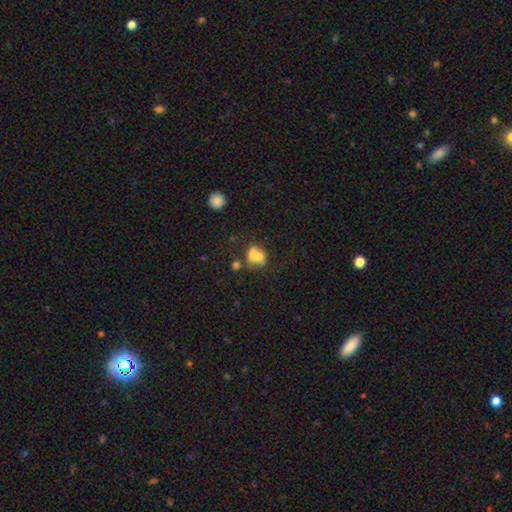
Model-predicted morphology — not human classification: A smooth galaxy with no disk features (61%) that is round (57%). Merging: merger (52%).